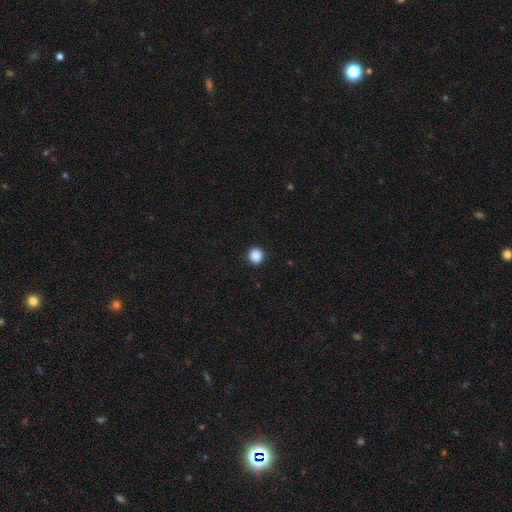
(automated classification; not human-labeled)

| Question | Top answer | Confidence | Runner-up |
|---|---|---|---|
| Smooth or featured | smooth | 88% | star or artifact (10%) |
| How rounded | round | 90% | in between (9%) |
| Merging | none | 91% | minor disturbance (6%) |